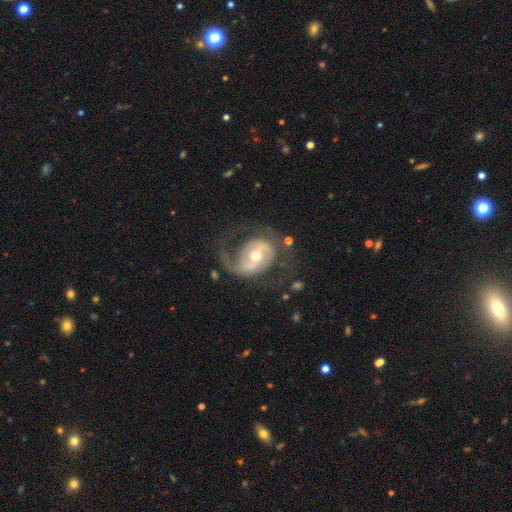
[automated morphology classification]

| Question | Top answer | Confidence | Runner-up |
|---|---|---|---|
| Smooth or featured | featured or disk | 82% | smooth (12%) |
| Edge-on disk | no | 97% | yes (3%) |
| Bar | weak | 39% | no (31%) |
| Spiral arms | yes | 89% | no (11%) |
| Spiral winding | medium | 46% | loose (35%) |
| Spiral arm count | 2 | 65% | 1 (25%) |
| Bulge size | moderate | 66% | small (27%) |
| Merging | none | 54% | major disturbance (26%) |